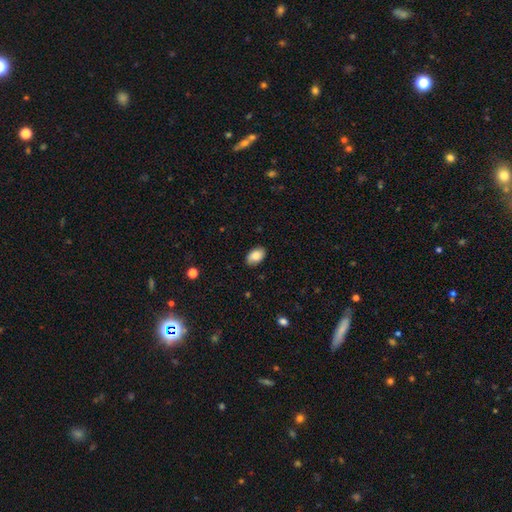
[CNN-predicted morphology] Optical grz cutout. It shows a smooth galaxy with no disk features (81%) that is in between round and cigar-shaped (91%). Merging: none (84%).